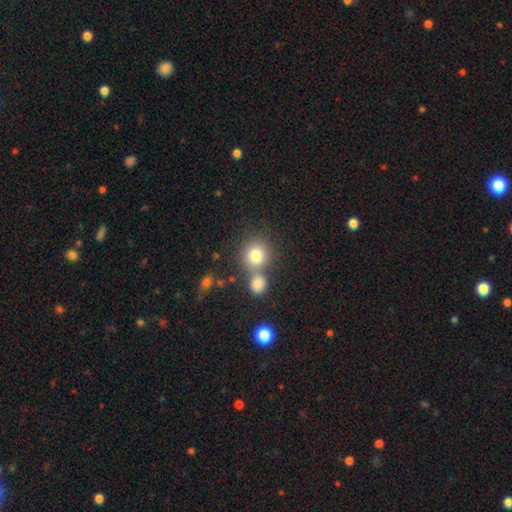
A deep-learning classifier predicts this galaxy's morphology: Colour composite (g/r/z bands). It shows a smooth galaxy with no disk features (79%) that is round (87%). Merging: none (57%).